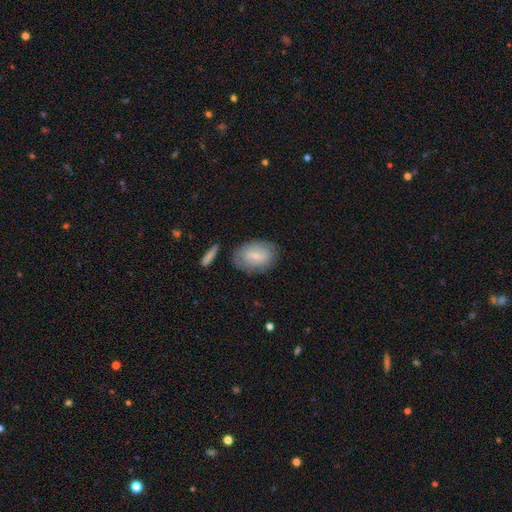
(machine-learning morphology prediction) This is possibly a smooth galaxy (59%). How rounded: clearly in between (83%). Merging: likely none (72%).